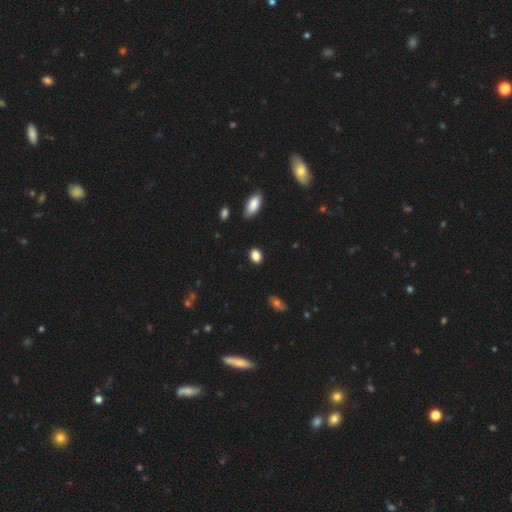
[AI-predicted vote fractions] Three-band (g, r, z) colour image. It shows a smooth galaxy with no disk features (86%) that is in between round and cigar-shaped (71%). Merging: none (86%).